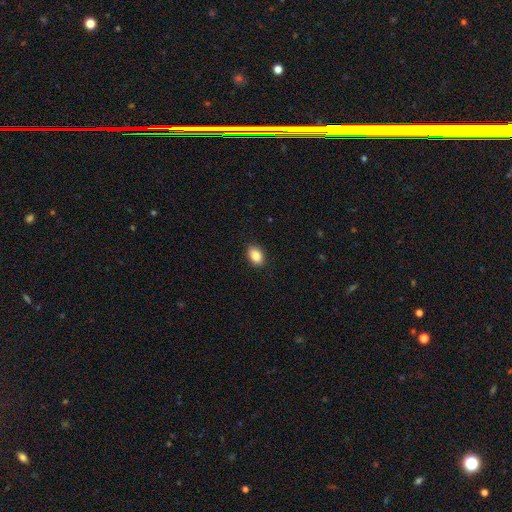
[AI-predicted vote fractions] smooth 86%, star or artifact 8%, featured or disk 6%. Down the decision tree: how rounded — in between (86%); merging — none (90%).